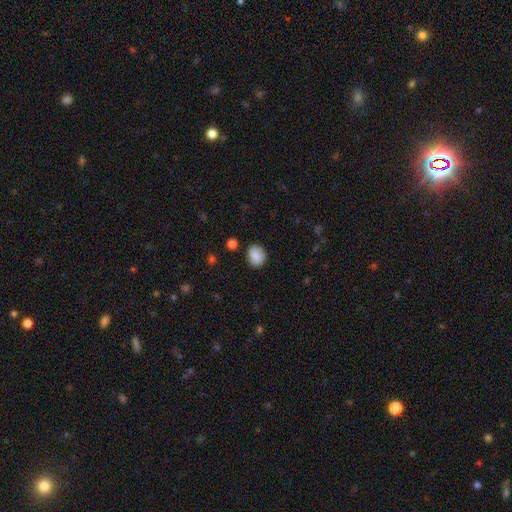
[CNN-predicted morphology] Overall: smooth (83%). How rounded: round (61%; in between 38%). Merging: none (81%).